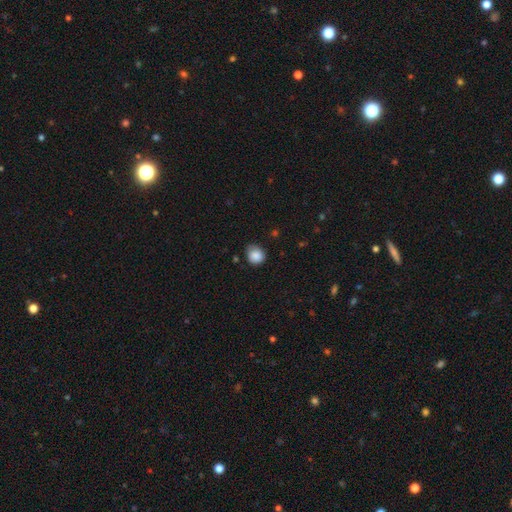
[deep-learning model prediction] Smooth or featured? Predicted: smooth (p=0.87). How rounded? Predicted: round (p=0.74). Merging? Predicted: none (p=0.66).